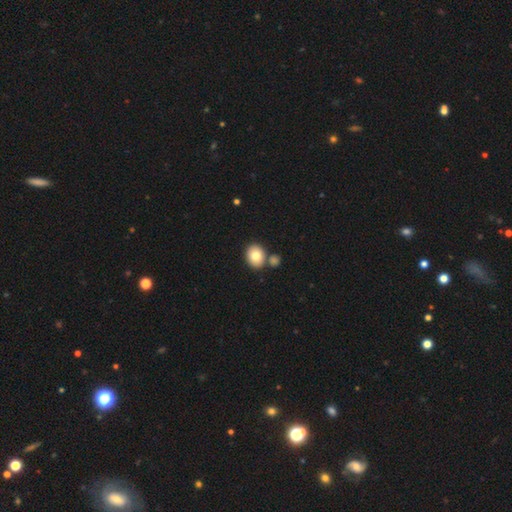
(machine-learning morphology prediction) Smooth or featured? smooth (80%)
How rounded? round (55%)
Merging? none (71%)